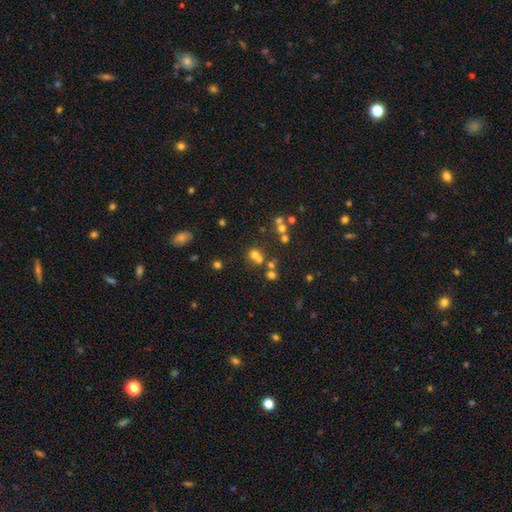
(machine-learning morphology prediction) Q: Smooth or featured?
A: smooth (59%); runner-up: star or artifact (26%)
Q: How rounded?
A: round (81%); runner-up: in between (18%)
Q: Merging?
A: none (52%); runner-up: merger (34%)